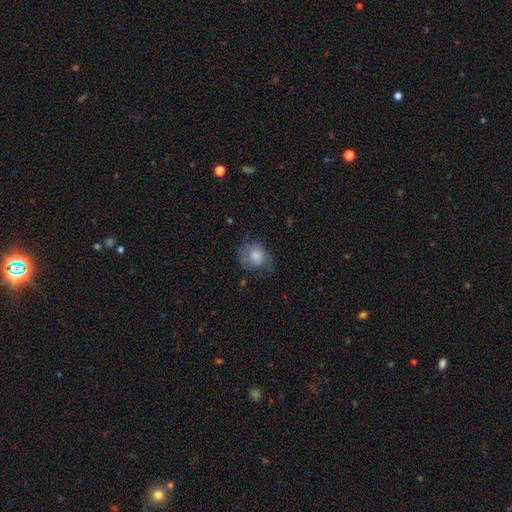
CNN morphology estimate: Smooth or featured? Predicted: smooth (p=0.53). How rounded? Predicted: round (p=0.68). Merging? Predicted: none (p=0.56).